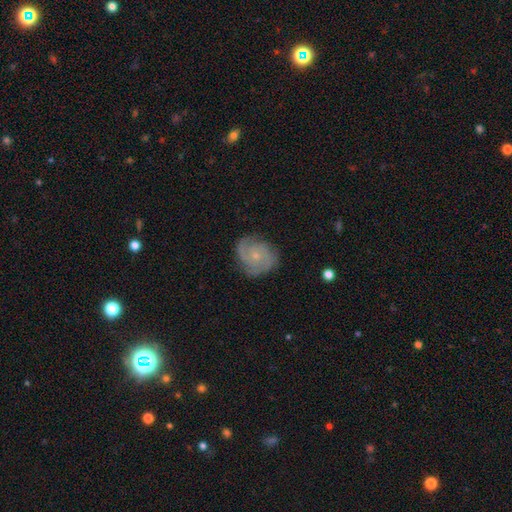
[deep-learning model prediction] The model was most divided on "spiral arm count": 2: 38%, 3: 25%, can't tell: 21%, 1: 6%, 4: 6%, more than 4: 4%. More confident: edge-on disk — no (98%); spiral arms — yes (94%); bar — no (80%); bulge size — small (77%); merging — none (76%); smooth or featured — featured or disk (76%); spiral winding — tight (55%).